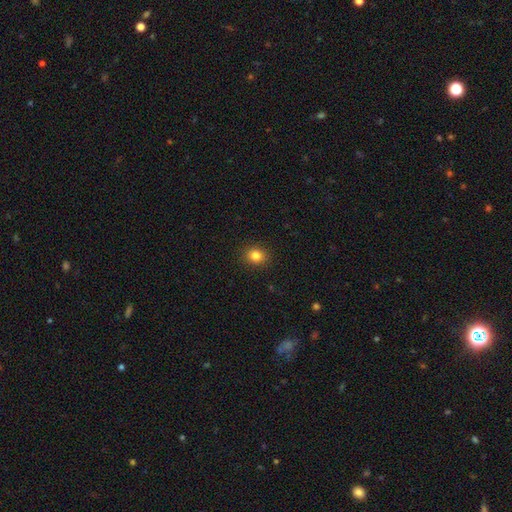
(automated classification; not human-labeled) The model was most divided on "how rounded": round: 75%, in between: 24%, cigar-shaped: 1%. More confident: merging — none (91%); smooth or featured — smooth (83%).